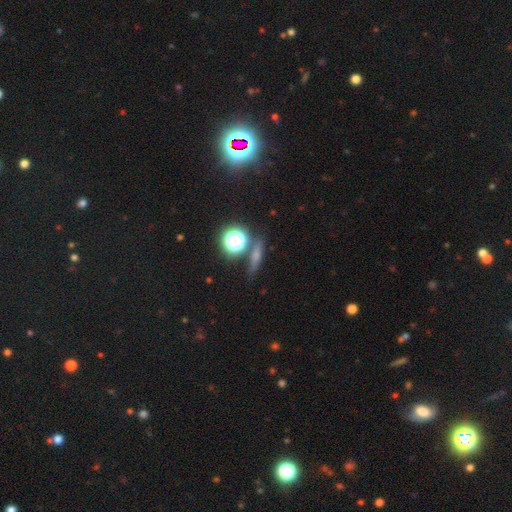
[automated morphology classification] Smooth or featured? Predicted: smooth (p=0.37). Merging? Predicted: none (p=0.79).